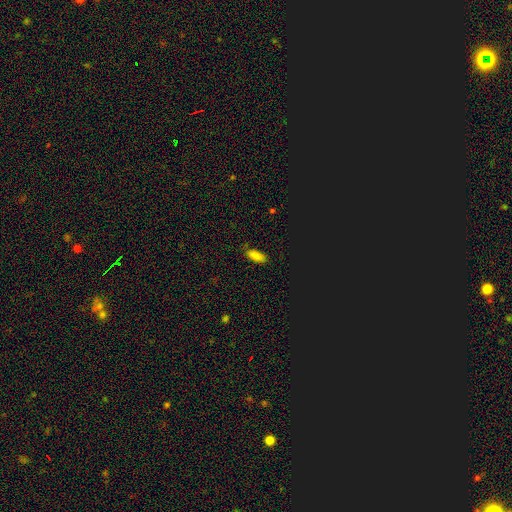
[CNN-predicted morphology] Overall: smooth (79%). How rounded: in between (85%). Merging: none (81%).